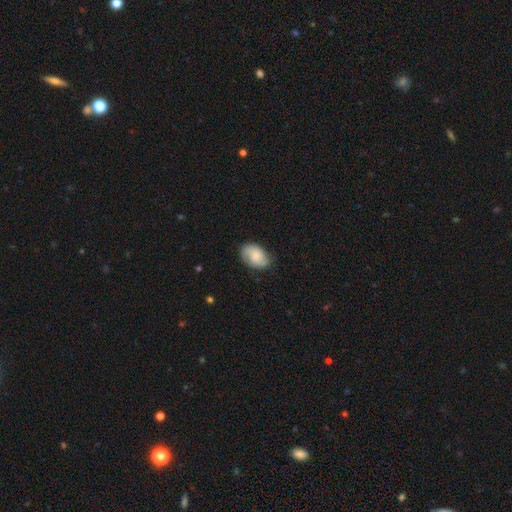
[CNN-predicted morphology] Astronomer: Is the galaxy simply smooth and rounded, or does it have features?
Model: smooth — 60%.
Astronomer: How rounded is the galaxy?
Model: in between — 84%.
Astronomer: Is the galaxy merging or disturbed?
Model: none — 70%.